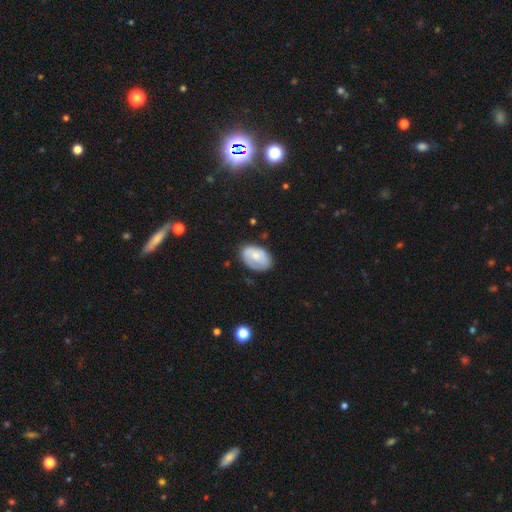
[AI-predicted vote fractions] smooth-or-featured: smooth: 62% | featured or disk: 31% | star or artifact: 6%
  how-rounded: in between: 87% | round: 12% | cigar-shaped: 1%
  merging: none: 71% | minor disturbance: 21% | major disturbance: 6% | merger: 2%